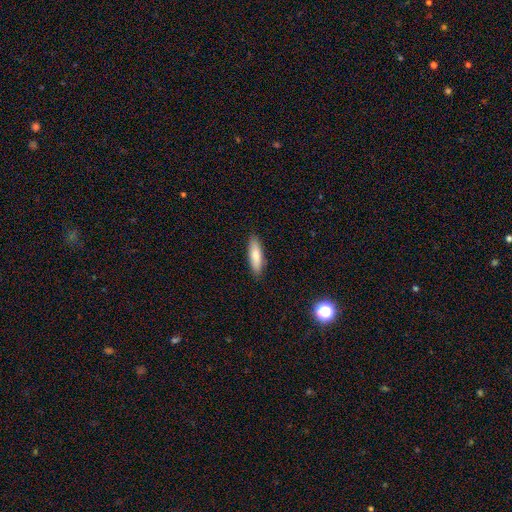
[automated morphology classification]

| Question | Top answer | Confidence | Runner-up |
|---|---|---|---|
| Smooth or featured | smooth | 80% | featured or disk (14%) |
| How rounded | cigar-shaped | 59% | in between (39%) |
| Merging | none | 88% | minor disturbance (9%) |